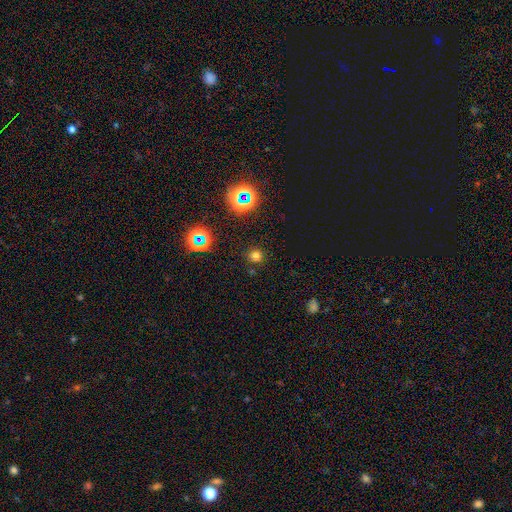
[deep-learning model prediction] Smooth or featured? Predicted: smooth (p=0.68). How rounded? Predicted: round (p=0.92). Merging? Predicted: none (p=0.89).